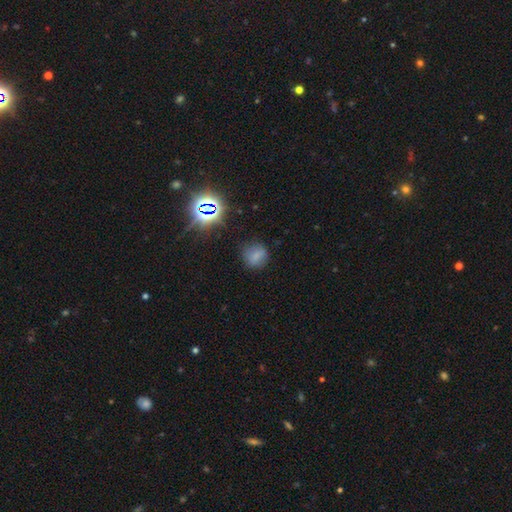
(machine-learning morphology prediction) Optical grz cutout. It shows a smooth galaxy with no disk features (69%) that is round (82%). Merging: none (78%).